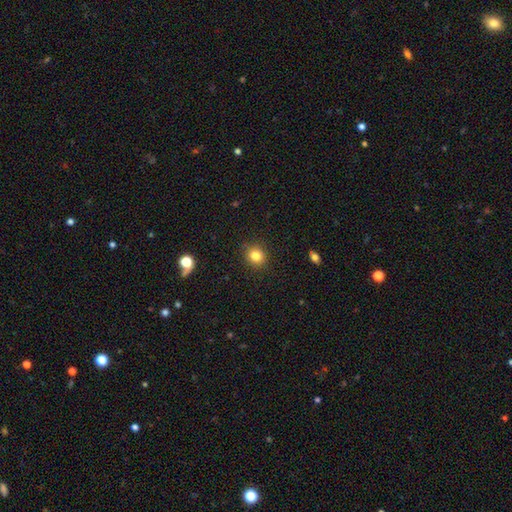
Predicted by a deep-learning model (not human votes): A smooth galaxy with no disk features (83%) that is round (81%).

Vote fractions:
- Smooth or featured? smooth: 83% / star or artifact: 11% / featured or disk: 6%
- How rounded? round: 81% / in between: 18% / cigar-shaped: 1%
- Merging? none: 89% / minor disturbance: 7% / major disturbance: 2% / merger: 1%